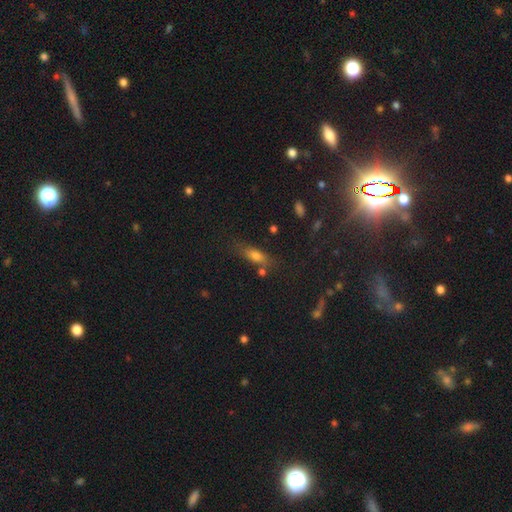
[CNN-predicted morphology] This is likely a smooth galaxy (62%). How rounded: possibly in between (54%). Merging: likely none (69%).